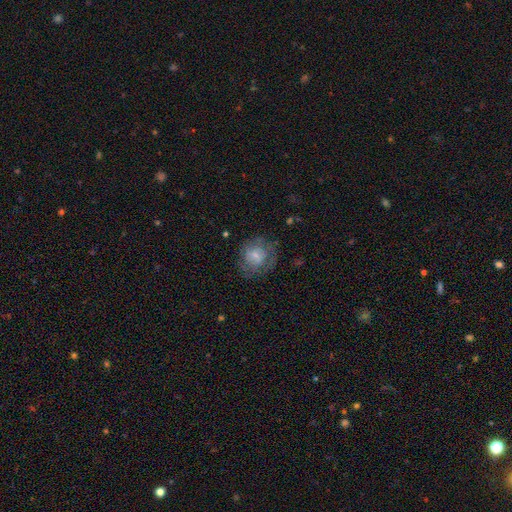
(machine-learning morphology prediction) Smooth or featured: smooth — 56% (featured or disk — 35%)
How rounded: round — 78% (in between — 21%)
Merging: none — 64% (minor disturbance — 20%)